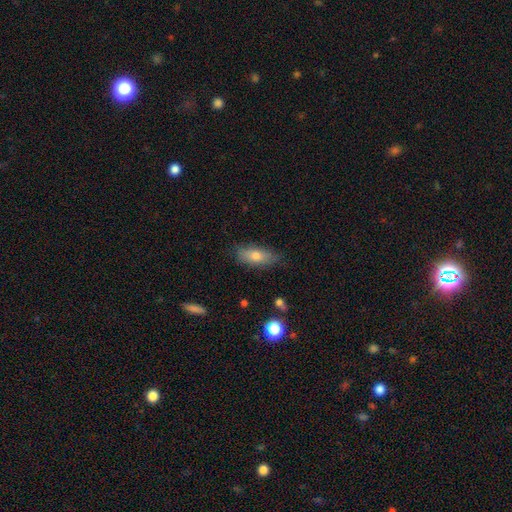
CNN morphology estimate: type=smooth (72%); roundness=in between (71%); merging=none (78%).